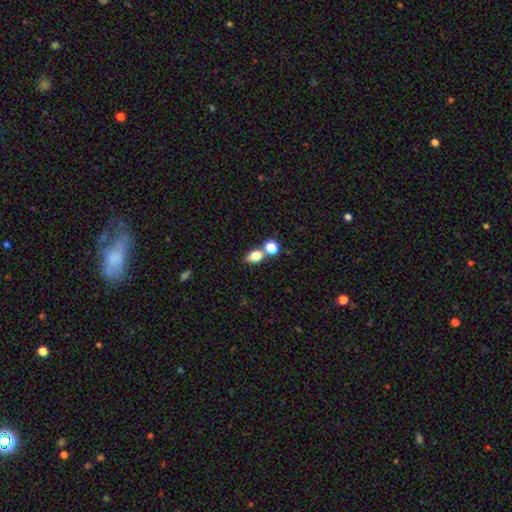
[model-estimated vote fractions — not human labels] The model was most divided on "merging": none: 53%, merger: 33%, minor disturbance: 10%, major disturbance: 4%. More confident: smooth or featured — smooth (80%); how rounded — in between (71%).